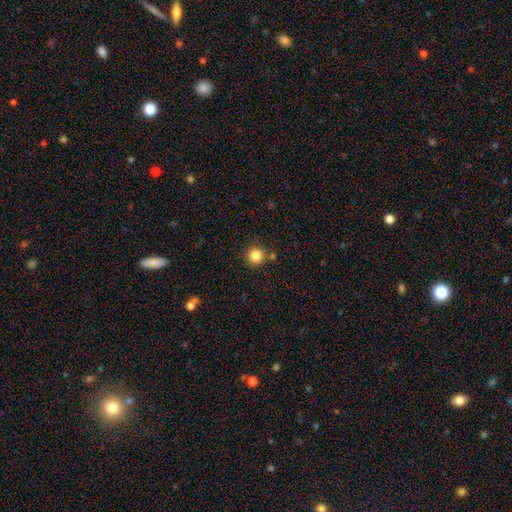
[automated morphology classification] Smooth or featured? Predicted: smooth (p=0.84). How rounded? Predicted: round (p=0.95). Merging? Predicted: none (p=0.86).